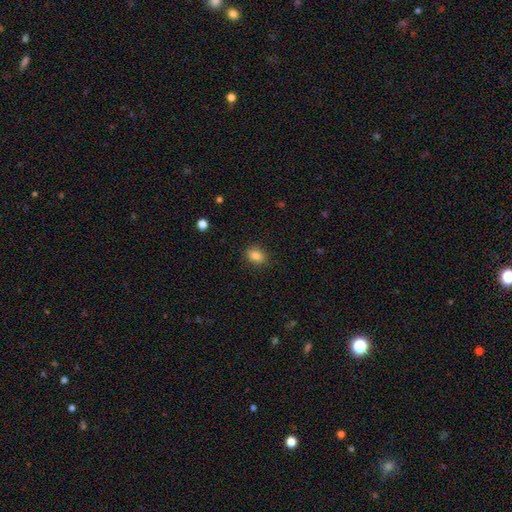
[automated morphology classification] Smooth or featured?
  - smooth: 85% *
  - star or artifact: 10%
  - featured or disk: 5%
How rounded?
  - in between: 68% *
  - round: 30%
  - cigar-shaped: 2%
Merging?
  - none: 86% *
  - minor disturbance: 11%
  - major disturbance: 3%
  - merger: 1%